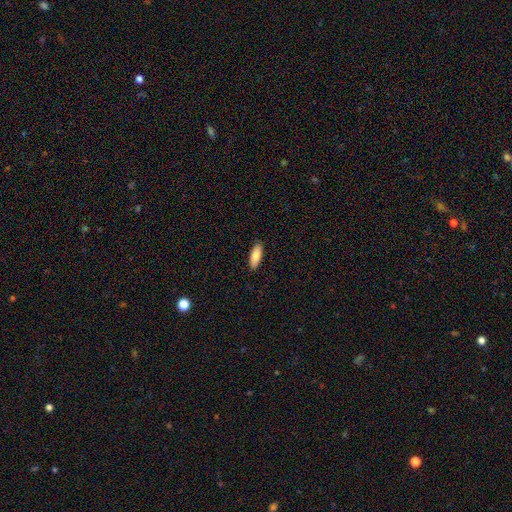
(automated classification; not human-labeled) Smooth or featured? Predicted: smooth (p=0.86). How rounded? Predicted: in between (p=0.67). Merging? Predicted: none (p=0.88).